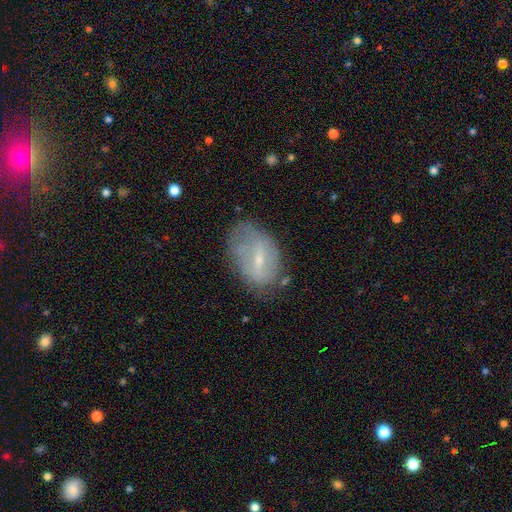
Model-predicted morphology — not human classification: Q: Smooth or featured?
A: featured or disk (55%); runner-up: smooth (30%)
Q: Edge-on disk?
A: no (92%); runner-up: yes (8%)
Q: Bar?
A: weak (50%); runner-up: strong (29%)
Q: Spiral arms?
A: yes (61%); runner-up: no (39%)
Q: Bulge size?
A: small (67%); runner-up: moderate (23%)
Q: Merging?
A: none (67%); runner-up: minor disturbance (22%)